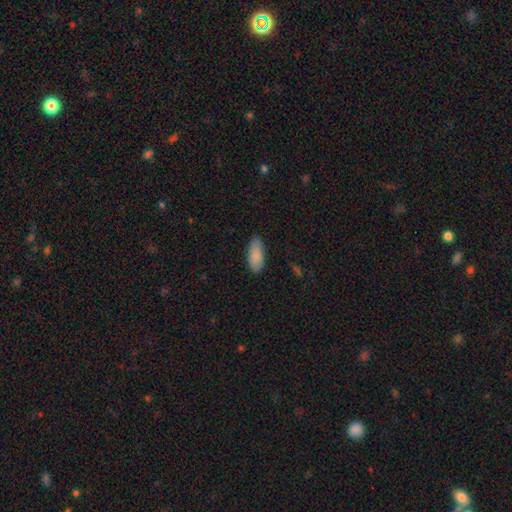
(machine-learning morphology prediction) type=smooth (88%); roundness=in between (83%); merging=none (83%).